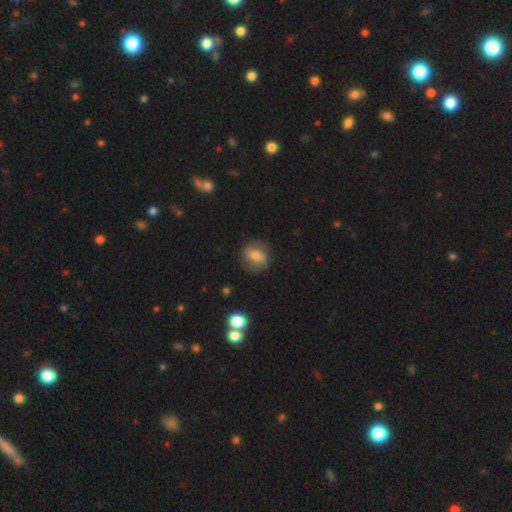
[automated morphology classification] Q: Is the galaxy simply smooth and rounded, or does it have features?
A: smooth — 61%.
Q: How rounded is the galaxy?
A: round — 66%.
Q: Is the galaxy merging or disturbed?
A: none — 80%.